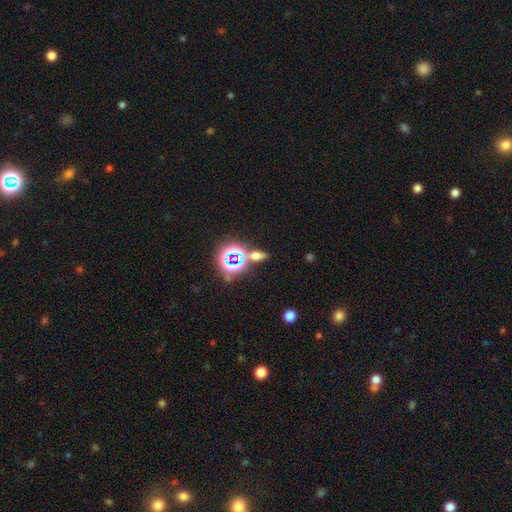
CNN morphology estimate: This is possibly a smooth galaxy (46%). Merging: likely none (72%).